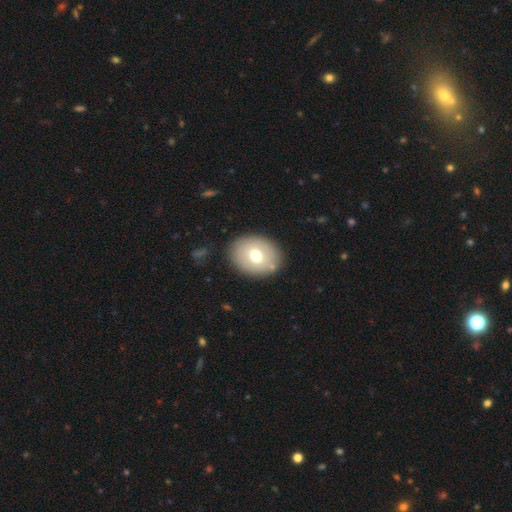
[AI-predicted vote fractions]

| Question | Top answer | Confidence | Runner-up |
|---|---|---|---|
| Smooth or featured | smooth | 69% | featured or disk (23%) |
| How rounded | in between | 50% | round (49%) |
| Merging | none | 84% | minor disturbance (10%) |